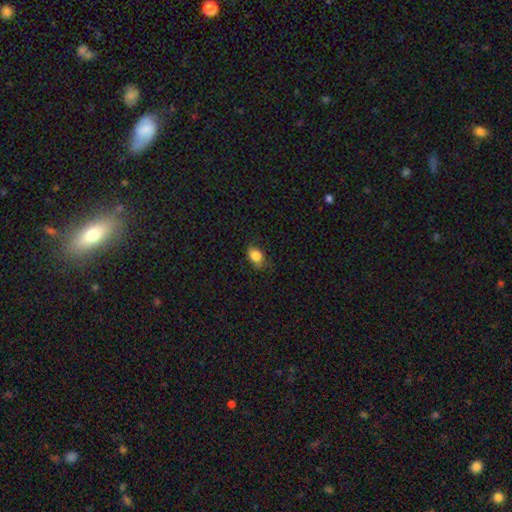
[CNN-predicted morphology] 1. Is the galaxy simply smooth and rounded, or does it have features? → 85% smooth, 9% star or artifact, 6% featured or disk.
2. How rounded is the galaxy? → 73% in between, 25% round, 2% cigar-shaped.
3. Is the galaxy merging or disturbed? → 69% none, 24% minor disturbance, 6% major disturbance, 1% merger.